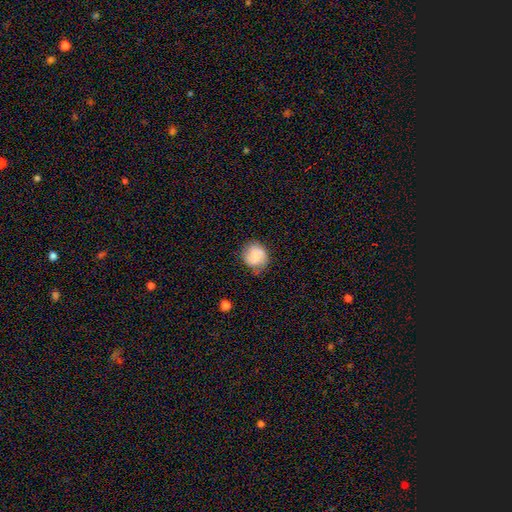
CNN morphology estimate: A smooth galaxy with no disk features (68%) that is round (81%).

Vote fractions:
- Smooth or featured? smooth: 68% / featured or disk: 24% / star or artifact: 8%
- How rounded? round: 81% / in between: 18% / cigar-shaped: 1%
- Merging? none: 68% / minor disturbance: 24% / major disturbance: 7% / merger: 2%